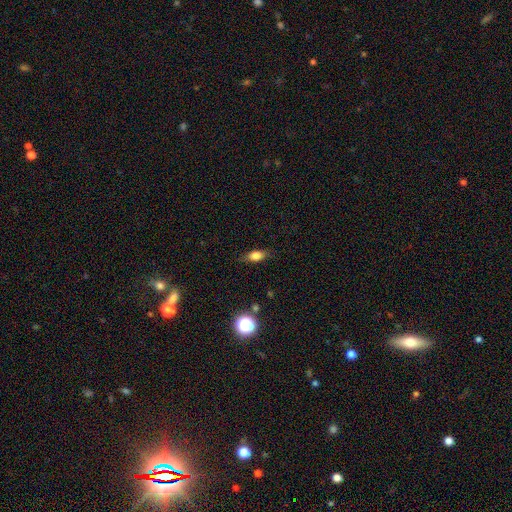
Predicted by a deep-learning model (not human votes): Smooth or featured? Predicted: smooth (p=0.75). How rounded? Predicted: in between (p=0.73). Merging? Predicted: none (p=0.79).